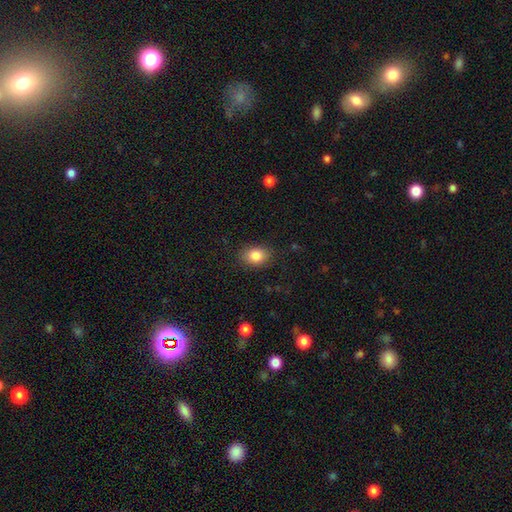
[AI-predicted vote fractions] Smooth or featured? smooth (85%)
How rounded? in between (69%)
Merging? none (85%)